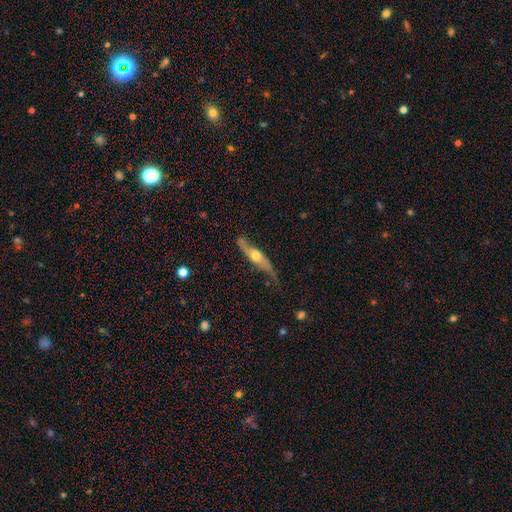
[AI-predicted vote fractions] Smooth or featured? Predicted: featured or disk (p=0.63). Edge-on disk? Predicted: yes (p=0.65). Merging? Predicted: none (p=0.59).